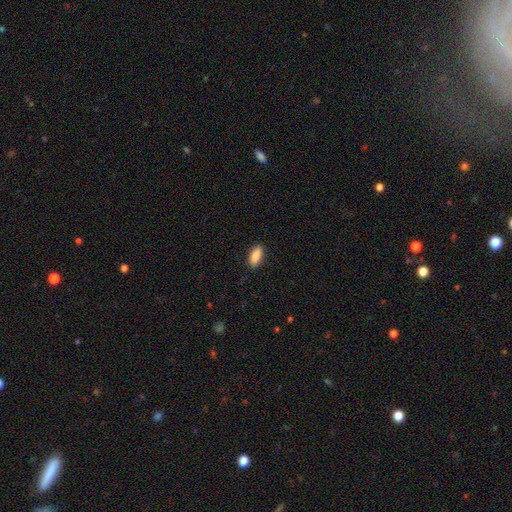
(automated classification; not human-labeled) The model was most divided on "how rounded": in between: 82%, cigar-shaped: 16%, round: 2%. More confident: merging — none (89%); smooth or featured — smooth (88%).